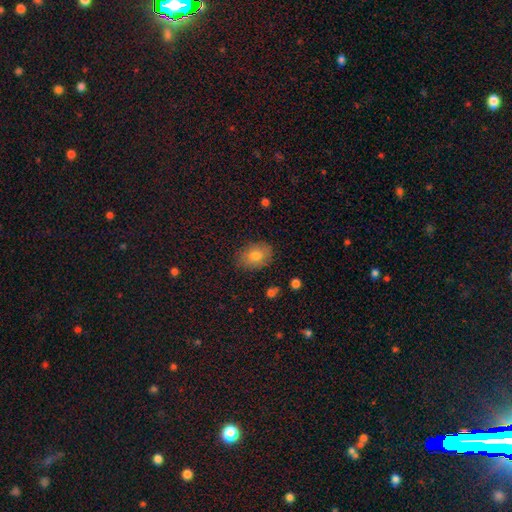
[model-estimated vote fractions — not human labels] smooth-or-featured: smooth: 78% | featured or disk: 13% | star or artifact: 9%
  how-rounded: in between: 77% | round: 22% | cigar-shaped: 1%
  merging: none: 83% | minor disturbance: 13% | major disturbance: 3% | merger: 1%